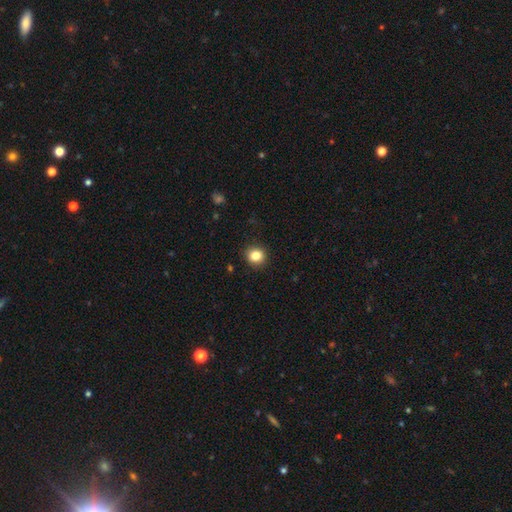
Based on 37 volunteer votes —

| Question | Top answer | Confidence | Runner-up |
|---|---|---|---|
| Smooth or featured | smooth | 89% | star or artifact (8%) |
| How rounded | round | 94% | in between (6%) |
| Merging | none | 91% | minor disturbance (6%) |